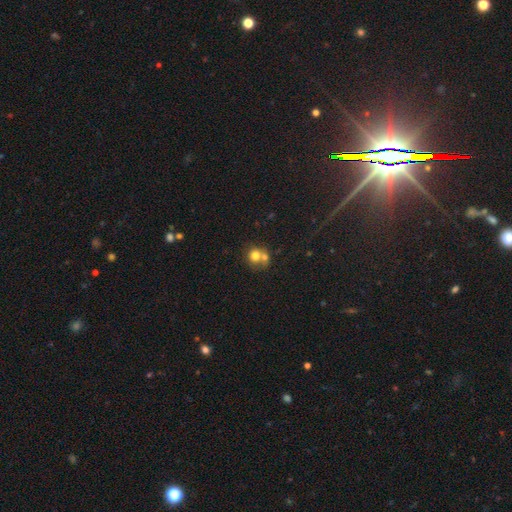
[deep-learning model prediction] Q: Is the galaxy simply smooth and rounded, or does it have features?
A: smooth — 74%.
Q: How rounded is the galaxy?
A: round — 79%.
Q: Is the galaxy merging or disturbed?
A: merger — 55%.